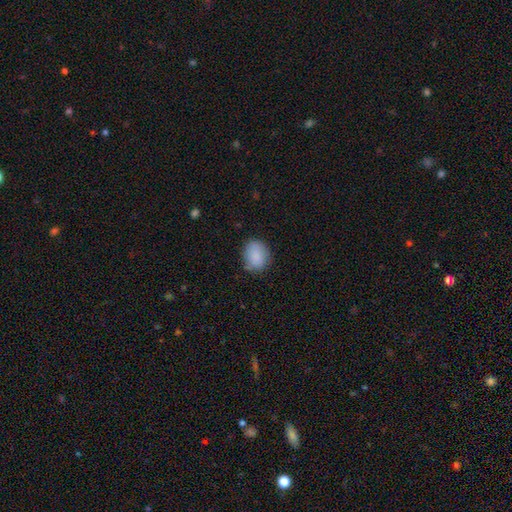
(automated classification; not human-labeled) Overall: smooth (86%). How rounded: round (52%; in between 47%). Merging: none (72%).